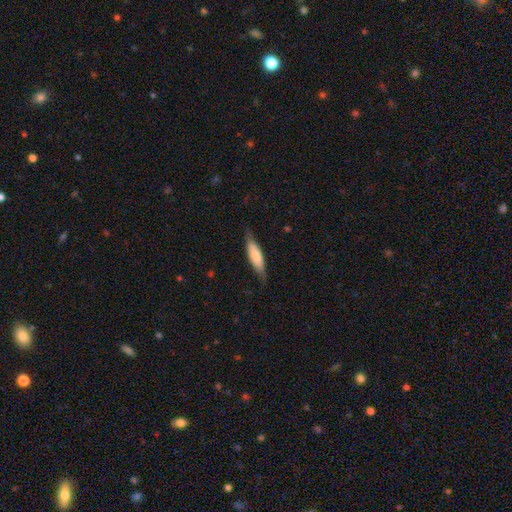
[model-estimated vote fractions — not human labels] This appears to be a smooth galaxy with no disk features (70%) that is cigar-shaped (61%). Merging: none (76%).